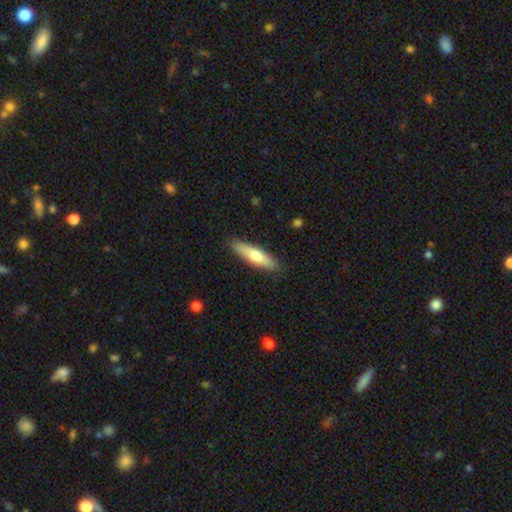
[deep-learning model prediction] A smooth galaxy with no disk features (65%) that is cigar-shaped (72%).

Vote fractions:
- Smooth or featured? smooth: 65% / featured or disk: 30% / star or artifact: 5%
- How rounded? cigar-shaped: 72% / in between: 27% / round: 2%
- Merging? none: 87% / minor disturbance: 9% / major disturbance: 2% / merger: 1%